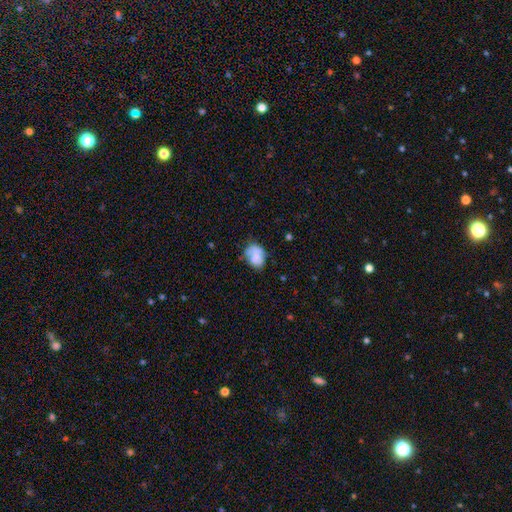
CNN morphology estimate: Q: Smooth or featured?
A: smooth (69%); runner-up: featured or disk (21%)
Q: How rounded?
A: in between (69%); runner-up: round (30%)
Q: Merging?
A: none (42%); runner-up: minor disturbance (29%)